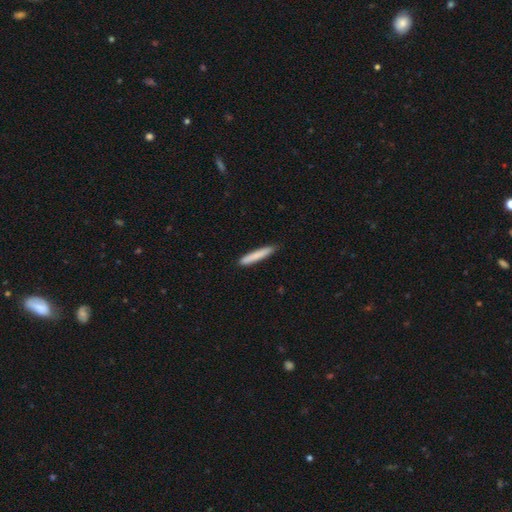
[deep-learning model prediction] Smooth or featured?
  - smooth: 82% *
  - featured or disk: 13%
  - star or artifact: 6%
How rounded?
  - cigar-shaped: 95% *
  - in between: 4%
  - round: 1%
Merging?
  - none: 88% *
  - minor disturbance: 9%
  - major disturbance: 1%
  - merger: 1%